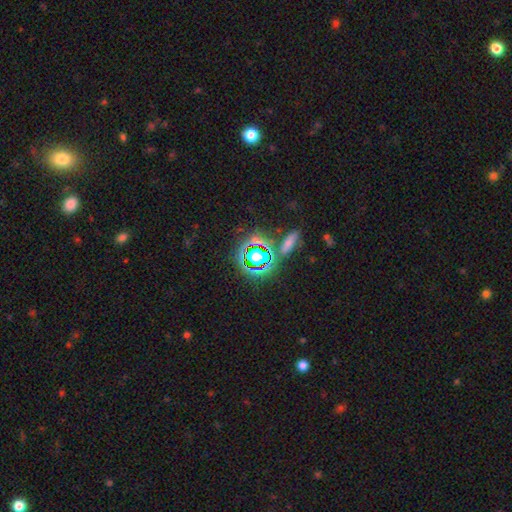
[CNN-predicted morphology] Overall: star or artifact (62%; smooth 27%).